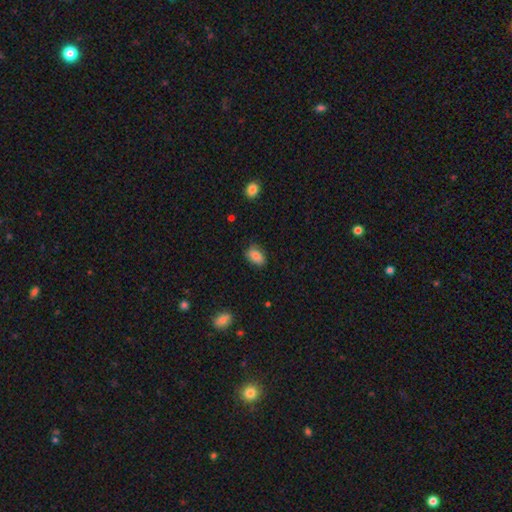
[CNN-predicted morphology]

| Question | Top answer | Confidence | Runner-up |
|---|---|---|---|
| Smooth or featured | smooth | 82% | featured or disk (9%) |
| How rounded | in between | 89% | round (9%) |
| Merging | none | 75% | minor disturbance (21%) |